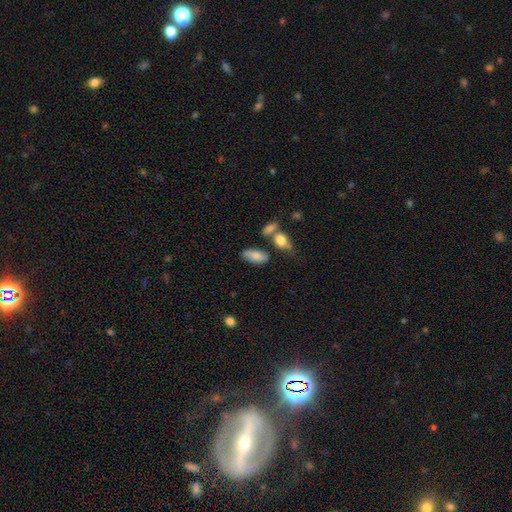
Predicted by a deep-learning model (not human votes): smooth-or-featured: smooth: 80% | featured or disk: 12% | star or artifact: 7%
  how-rounded: in between: 90% | cigar-shaped: 6% | round: 4%
  merging: none: 59% | minor disturbance: 19% | merger: 16% | major disturbance: 7%